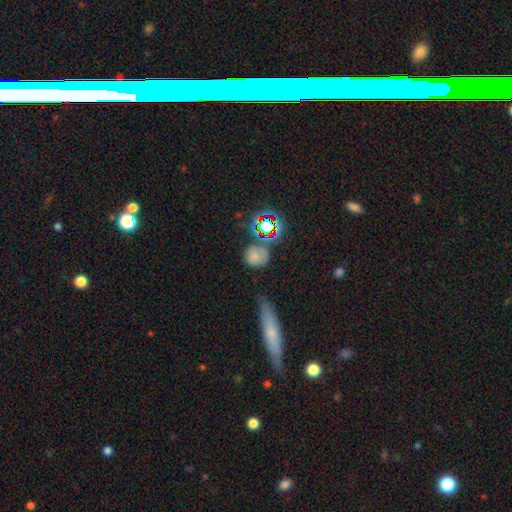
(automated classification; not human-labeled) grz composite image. It shows a smooth galaxy with no disk features (64%) that is round (81%). Merging: none (62%).